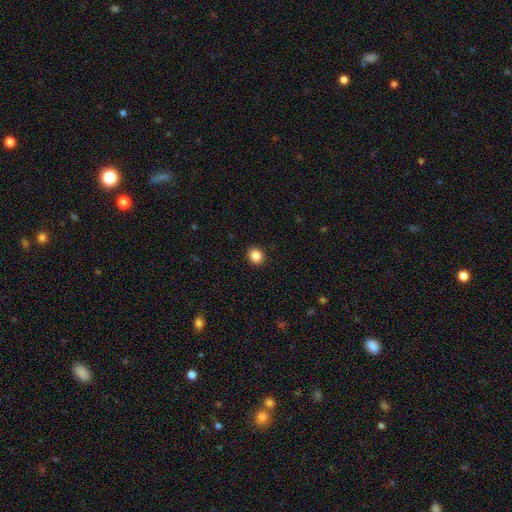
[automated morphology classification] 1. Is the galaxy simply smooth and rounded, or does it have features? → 86% smooth, 10% star or artifact, 4% featured or disk.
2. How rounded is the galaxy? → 77% round, 23% in between, 1% cigar-shaped.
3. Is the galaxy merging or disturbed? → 92% none, 5% minor disturbance, 2% major disturbance, 1% merger.